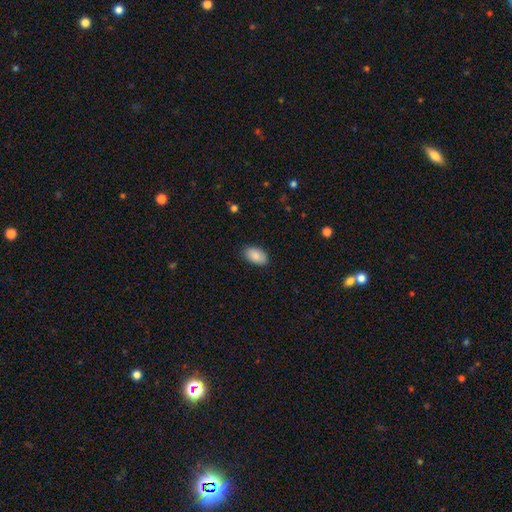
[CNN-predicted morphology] Overall: smooth (89%). How rounded: in between (94%). Merging: none (87%).